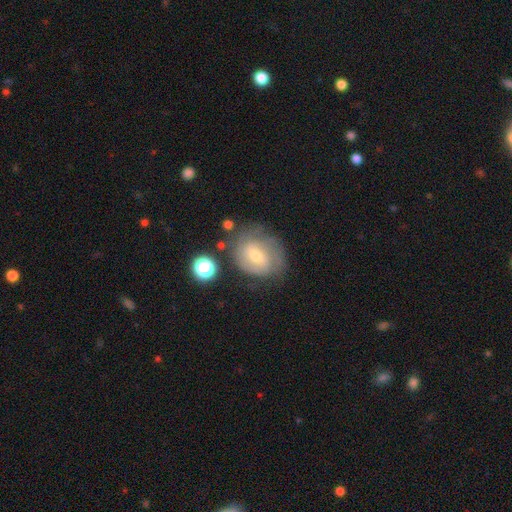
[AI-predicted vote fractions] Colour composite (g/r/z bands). It shows a featured or disk galaxy (63%) with a weak bar (46%), tight (57%) spiral arms (83%) and a small central bulge (58%). Merging: none (64%).